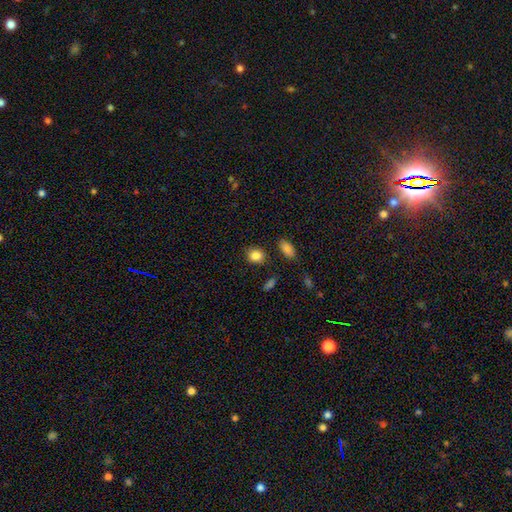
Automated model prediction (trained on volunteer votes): This is clearly a smooth galaxy (85%). How rounded: possibly round (58%). Merging: clearly none (85%).